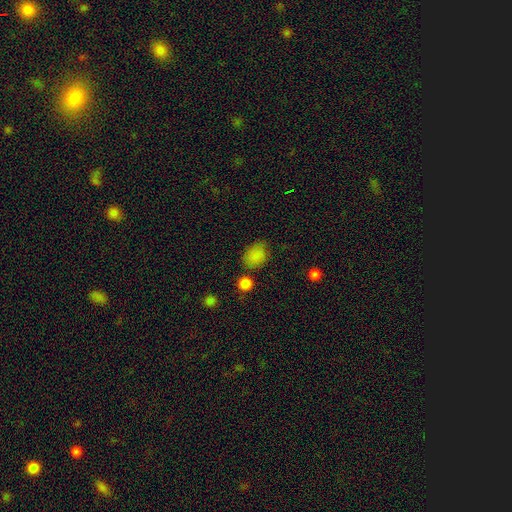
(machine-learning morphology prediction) A smooth galaxy with no disk features (82%) that is in between round and cigar-shaped (58%). Merging: none (69%).